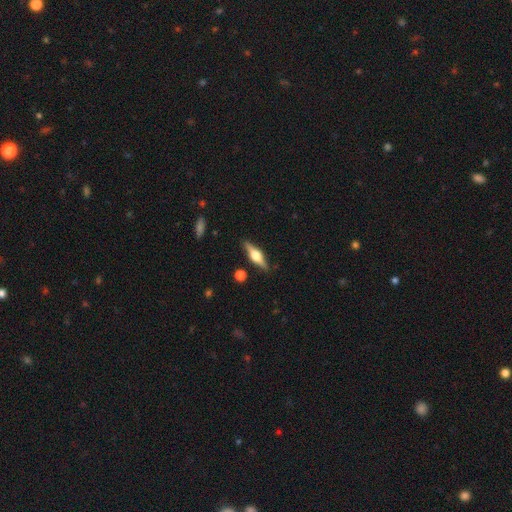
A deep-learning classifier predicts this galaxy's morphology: Overall: featured or disk (68%). Edge-on disk: yes (96%). Edge-on bulge: rounded (92%). Merging: none (88%).